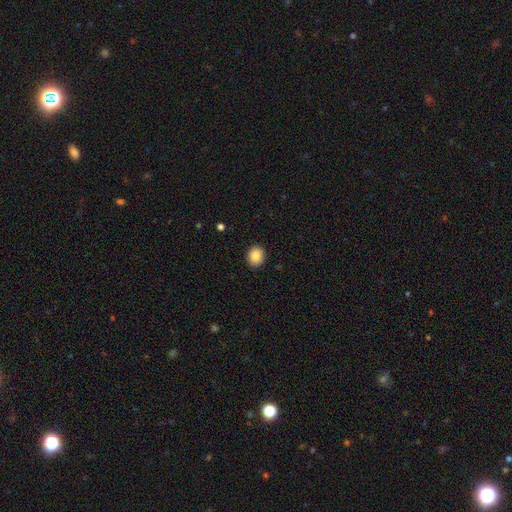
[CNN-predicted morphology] Overall: smooth (87%). How rounded: round (70%). Merging: none (91%).